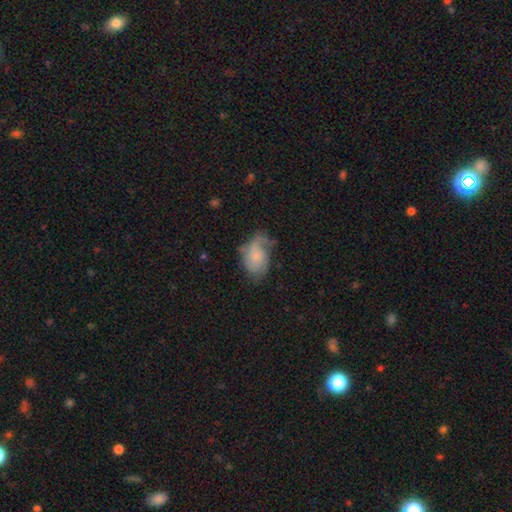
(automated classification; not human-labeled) Q: Smooth or featured?
A: featured or disk (53%); runner-up: smooth (39%)
Q: Edge-on disk?
A: no (96%); runner-up: yes (4%)
Q: Bar?
A: no (74%); runner-up: weak (23%)
Q: Spiral arms?
A: yes (83%); runner-up: no (17%)
Q: Bulge size?
A: small (47%); runner-up: moderate (28%)
Q: Merging?
A: none (44%); runner-up: minor disturbance (31%)